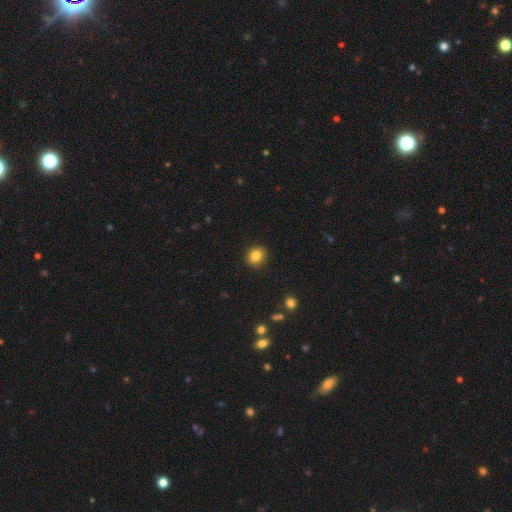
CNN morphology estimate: This is clearly a smooth galaxy (84%). How rounded: likely round (72%). Merging: clearly none (90%).